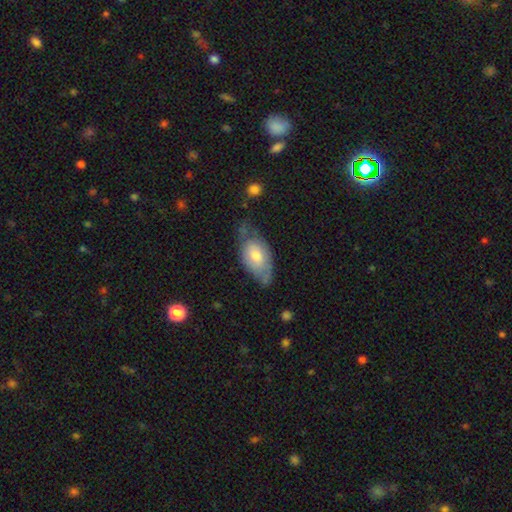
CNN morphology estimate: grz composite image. It shows a smooth galaxy with no disk features (63%) that is in between round and cigar-shaped (92%). Merging: none (40%).